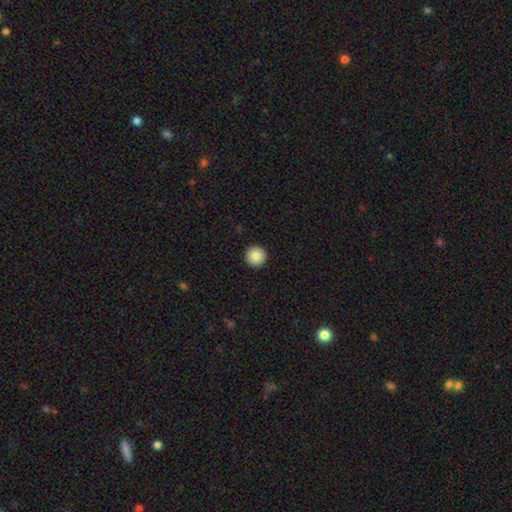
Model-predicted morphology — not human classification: Smooth or featured? Predicted: smooth (p=0.83). How rounded? Predicted: round (p=0.97). Merging? Predicted: none (p=0.94).